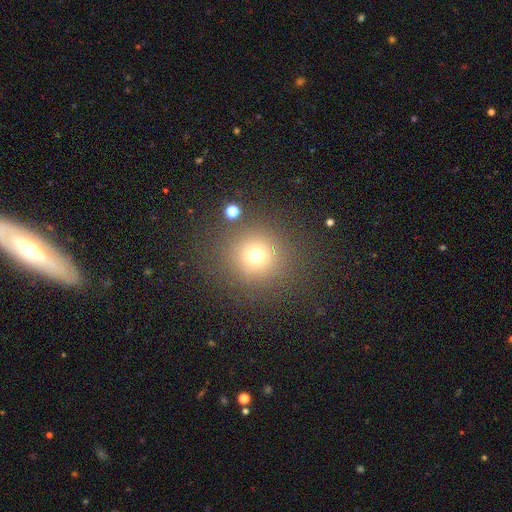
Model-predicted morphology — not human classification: smooth_or_featured: smooth (p=0.70) [alt: star or artifact p=0.20]
how_rounded: round (p=0.93) [alt: in between p=0.06]
merging: none (p=0.85) [alt: minor disturbance p=0.07]